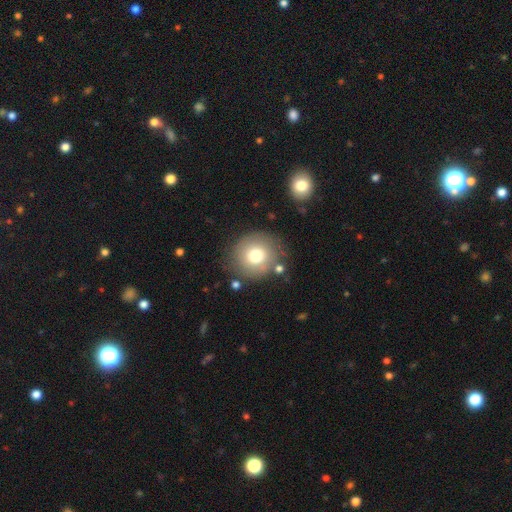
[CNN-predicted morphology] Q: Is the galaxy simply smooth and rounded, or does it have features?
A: smooth — 72%.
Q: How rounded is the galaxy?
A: round — 92%.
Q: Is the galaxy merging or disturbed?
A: none — 79%.